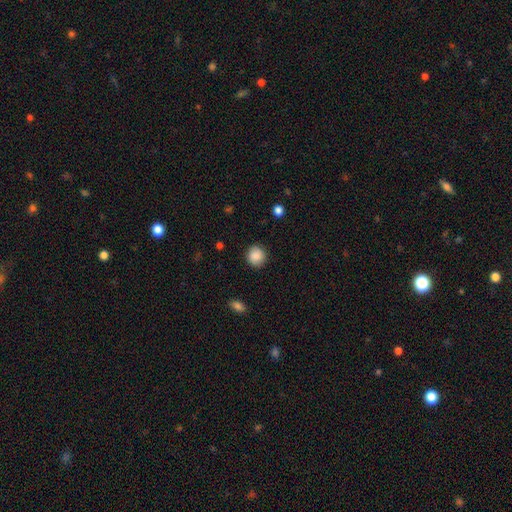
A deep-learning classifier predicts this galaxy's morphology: smooth 88%, star or artifact 8%, featured or disk 3%. Down the decision tree: how rounded — round (88%); merging — none (89%).